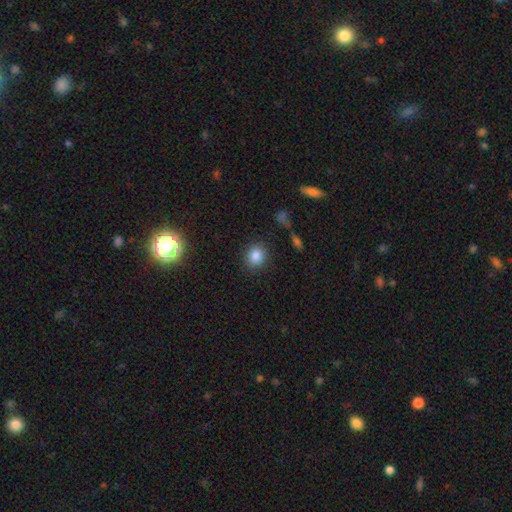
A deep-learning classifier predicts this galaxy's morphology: Smooth or featured? smooth (84%)
How rounded? round (75%)
Merging? none (86%)